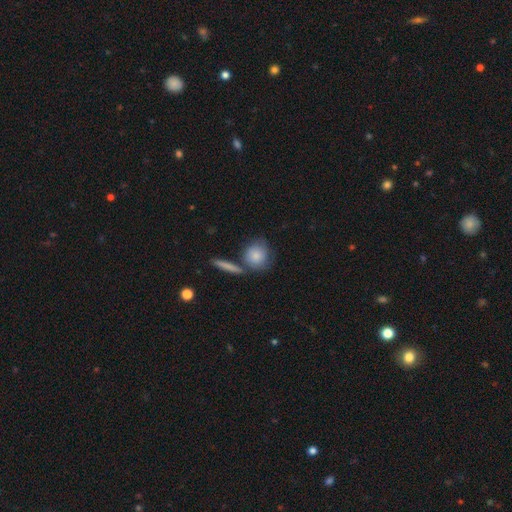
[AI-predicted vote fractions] Morphology: type=smooth (78%); roundness=round (79%); merging=none (58%).